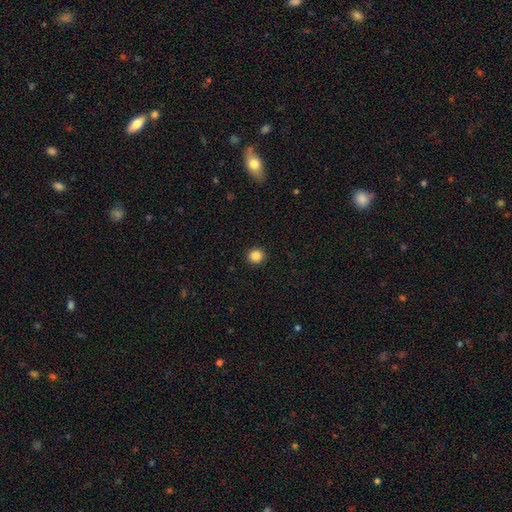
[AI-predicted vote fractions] Smooth or featured? smooth (86%)
How rounded? round (94%)
Merging? none (93%)